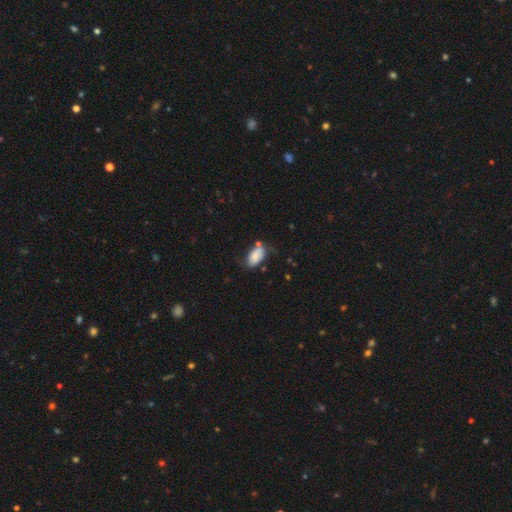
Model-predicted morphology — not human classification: A smooth galaxy with no disk features (82%) that is in between round and cigar-shaped (93%).

Vote fractions:
- Smooth or featured? smooth: 82% / featured or disk: 11% / star or artifact: 8%
- How rounded? in between: 93% / round: 4% / cigar-shaped: 2%
- Merging? none: 54% / minor disturbance: 28% / merger: 9% / major disturbance: 8%